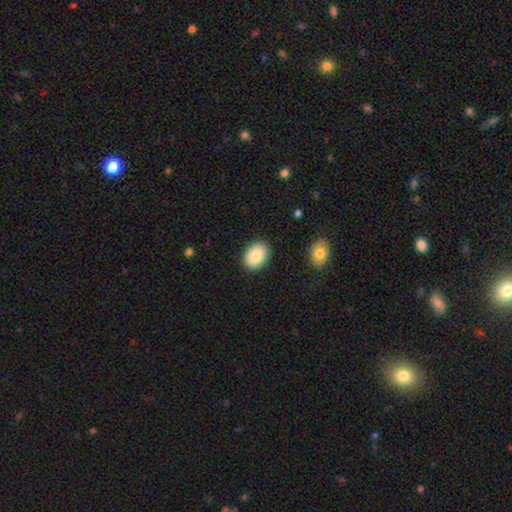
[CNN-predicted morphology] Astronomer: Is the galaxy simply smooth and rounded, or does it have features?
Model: smooth — 87%.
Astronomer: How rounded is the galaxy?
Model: in between — 76%.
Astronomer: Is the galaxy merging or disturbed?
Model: none — 88%.